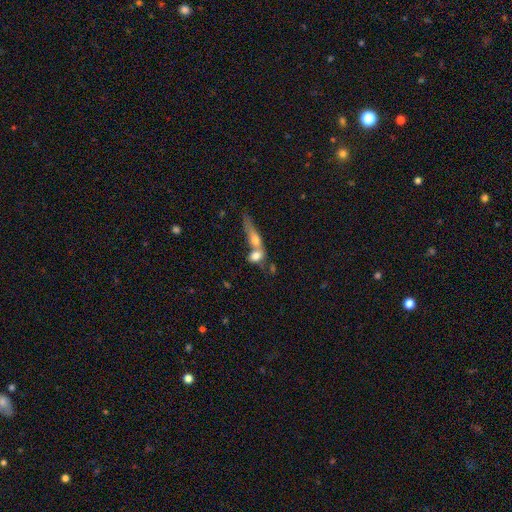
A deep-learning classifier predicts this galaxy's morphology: type=smooth (68%); roundness=in between (56%); merging=merger (70%).